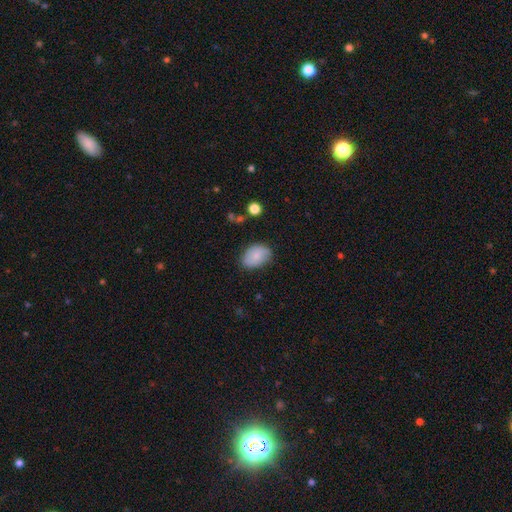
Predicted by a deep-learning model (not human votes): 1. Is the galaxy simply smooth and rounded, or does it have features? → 80% smooth, 13% featured or disk, 7% star or artifact.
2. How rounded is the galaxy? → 85% in between, 14% round, 1% cigar-shaped.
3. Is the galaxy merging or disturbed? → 76% none, 19% minor disturbance, 4% major disturbance, 2% merger.